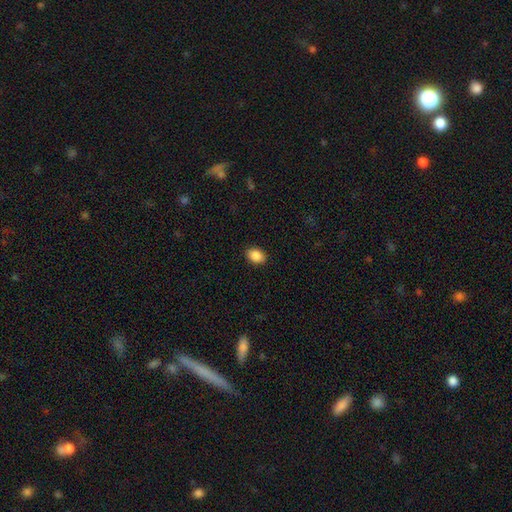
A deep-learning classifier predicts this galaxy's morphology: Smooth or featured? Predicted: smooth (p=0.88). How rounded? Predicted: in between (p=0.78). Merging? Predicted: none (p=0.90).